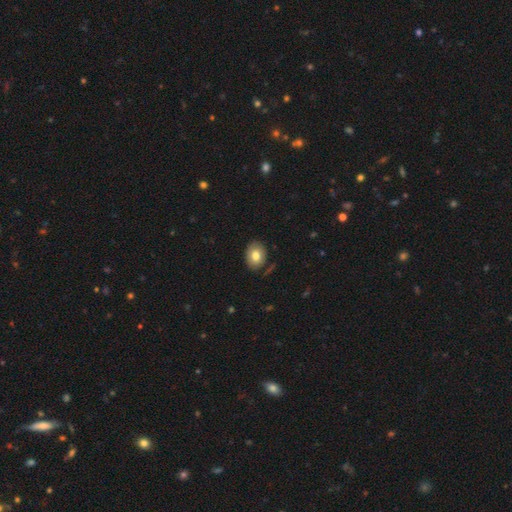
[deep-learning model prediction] Q: Smooth or featured?
A: smooth (77%); runner-up: featured or disk (14%)
Q: How rounded?
A: in between (65%); runner-up: round (35%)
Q: Merging?
A: none (84%); runner-up: minor disturbance (12%)